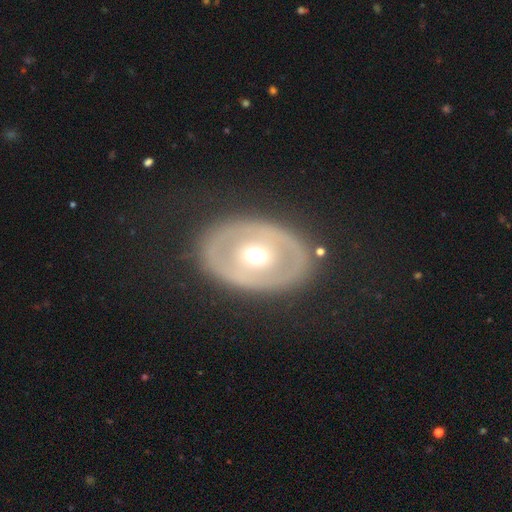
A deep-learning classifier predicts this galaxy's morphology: type=featured or disk (62%); edge-on=no (91%); bar=no (84%); spiral arms=no (87%); bulge=moderate (76%); merging=none (81%).